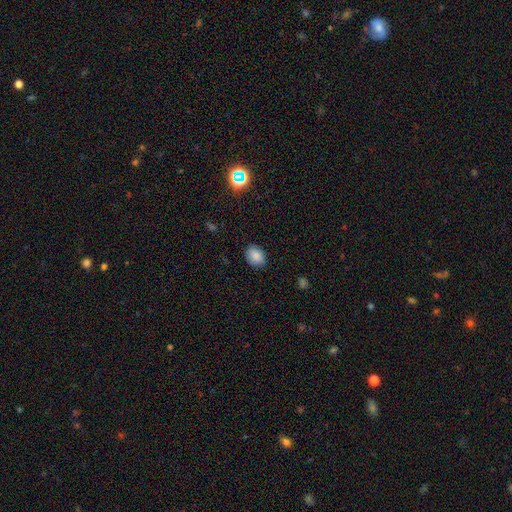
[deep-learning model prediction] This appears to be a smooth galaxy with no disk features (86%) that is in between round and cigar-shaped (58%). Merging: none (86%).